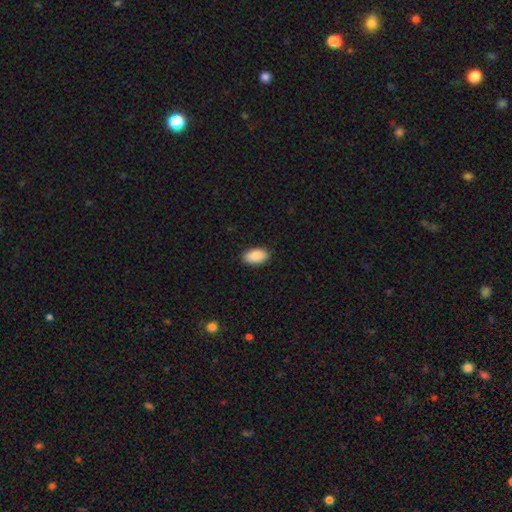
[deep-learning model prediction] Q: Smooth or featured?
A: smooth (90%); runner-up: star or artifact (6%)
Q: How rounded?
A: in between (95%); runner-up: round (3%)
Q: Merging?
A: none (90%); runner-up: minor disturbance (8%)